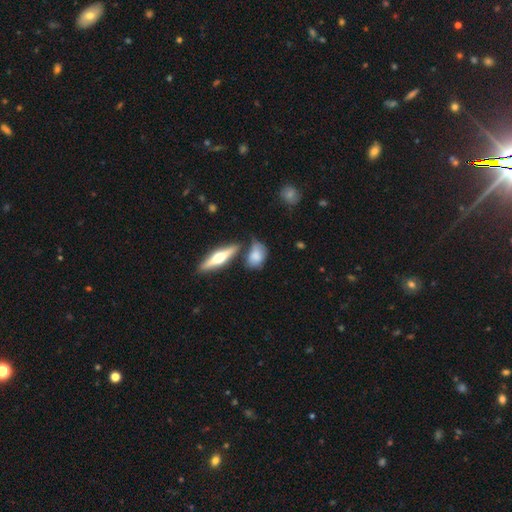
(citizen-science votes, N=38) smooth_or_featured: smooth (p=0.74) [alt: featured or disk p=0.16]
how_rounded: in between (p=0.64) [alt: round p=0.18]
merging: major disturbance (p=0.35) [alt: minor disturbance p=0.26]